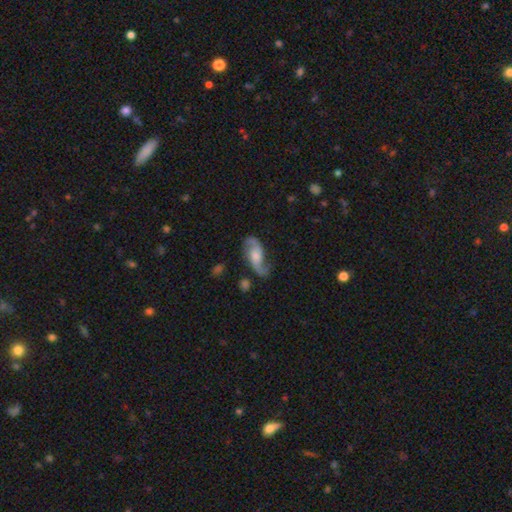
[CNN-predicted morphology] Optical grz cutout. It shows a featured or disk galaxy (83%) with no bar (55%), 2 (92%) loose (55%) spiral arms (96%) and a moderate central bulge (44%). Merging: none (69%).